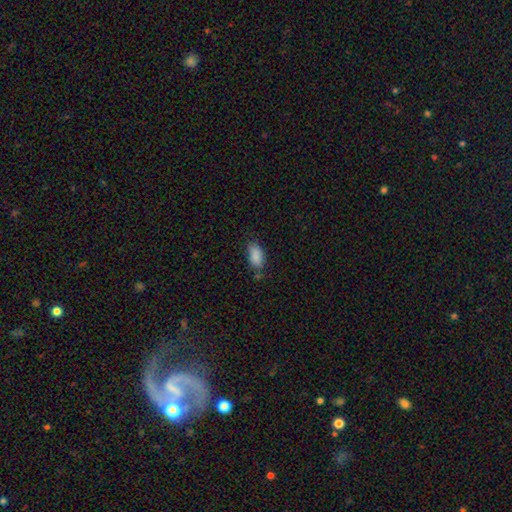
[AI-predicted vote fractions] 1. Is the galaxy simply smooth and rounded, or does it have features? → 88% smooth, 8% star or artifact, 4% featured or disk.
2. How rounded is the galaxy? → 92% in between, 4% round, 4% cigar-shaped.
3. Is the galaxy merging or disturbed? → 69% none, 22% minor disturbance, 5% major disturbance, 4% merger.